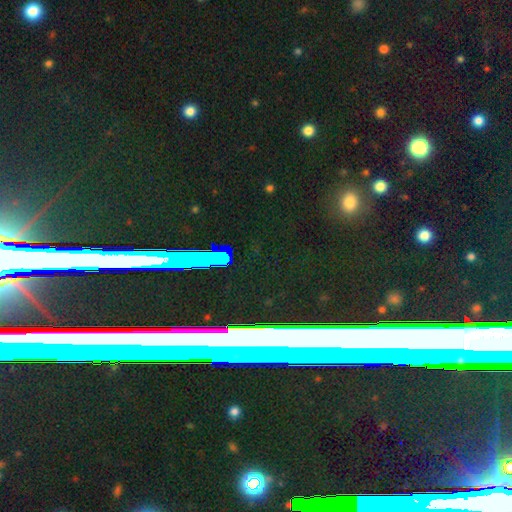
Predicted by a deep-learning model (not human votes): smooth_or_featured: star or artifact (p=0.70) [alt: featured or disk p=0.16]